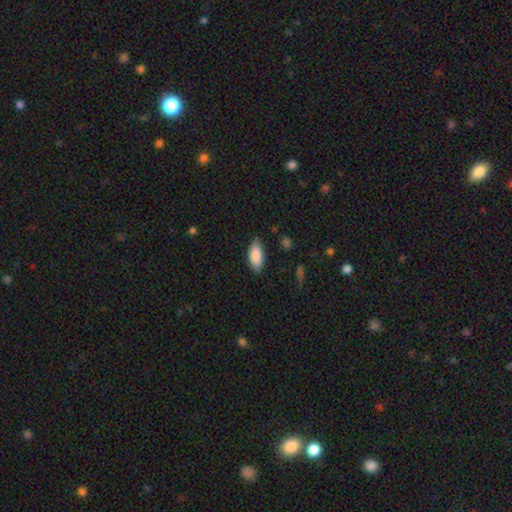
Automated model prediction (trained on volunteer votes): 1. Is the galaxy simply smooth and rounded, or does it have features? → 87% smooth, 7% featured or disk, 6% star or artifact.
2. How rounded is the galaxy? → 88% in between, 10% cigar-shaped, 2% round.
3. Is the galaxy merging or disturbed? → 80% none, 16% minor disturbance, 3% major disturbance, 1% merger.